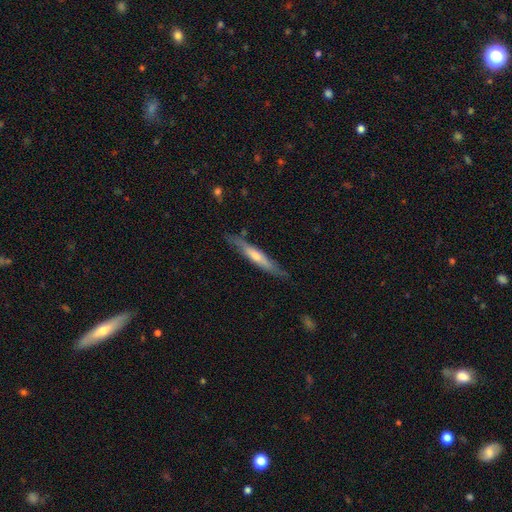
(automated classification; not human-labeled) smooth_or_featured: featured or disk (p=0.64) [alt: smooth p=0.28]
disk_edge_on: yes (p=0.94) [alt: no p=0.06]
edge_on_bulge: rounded (p=0.67) [alt: none p=0.24]
merging: none (p=0.84) [alt: minor disturbance p=0.13]